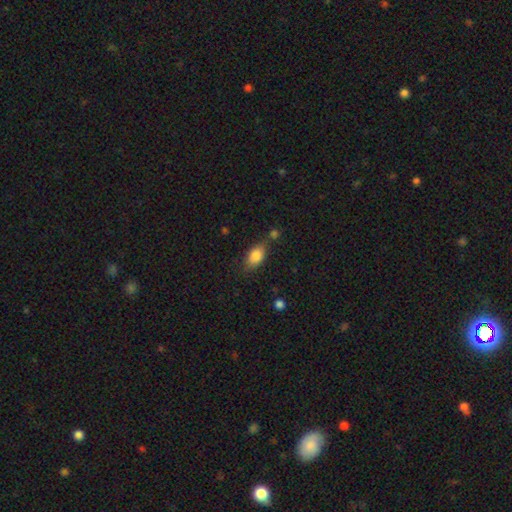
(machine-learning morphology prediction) A smooth galaxy with no disk features (83%) that is in between round and cigar-shaped (86%). Merging: none (67%).